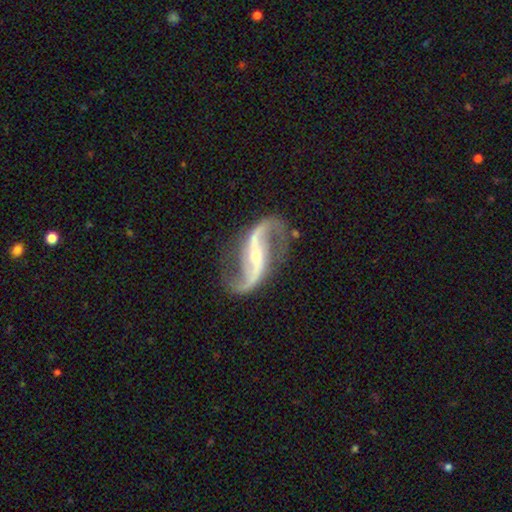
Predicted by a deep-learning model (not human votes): smooth_or_featured: featured or disk (p=0.94) [alt: star or artifact p=0.04]
disk_edge_on: no (p=0.97) [alt: yes p=0.03]
bar: strong (p=0.45) [alt: weak p=0.29]
has_spiral_arms: yes (p=0.98) [alt: no p=0.02]
spiral_winding: loose (p=0.74) [alt: medium p=0.21]
spiral_arm_count: 2 (p=0.95) [alt: 1 p=0.01]
bulge_size: small (p=0.64) [alt: moderate p=0.31]
merging: none (p=0.81) [alt: minor disturbance p=0.12]